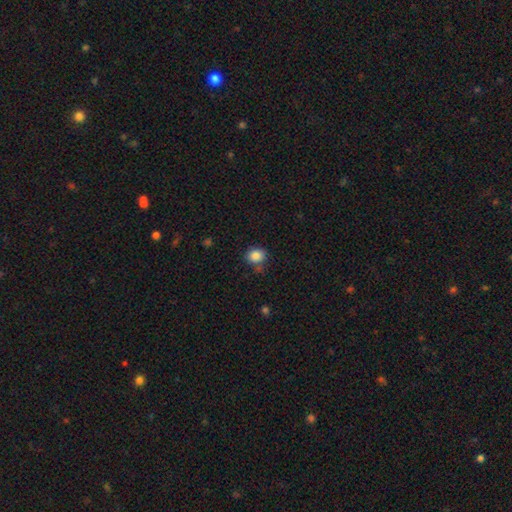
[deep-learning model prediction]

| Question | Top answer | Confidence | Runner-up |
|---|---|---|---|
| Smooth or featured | smooth | 86% | star or artifact (10%) |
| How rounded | round | 65% | in between (34%) |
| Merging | none | 76% | minor disturbance (15%) |